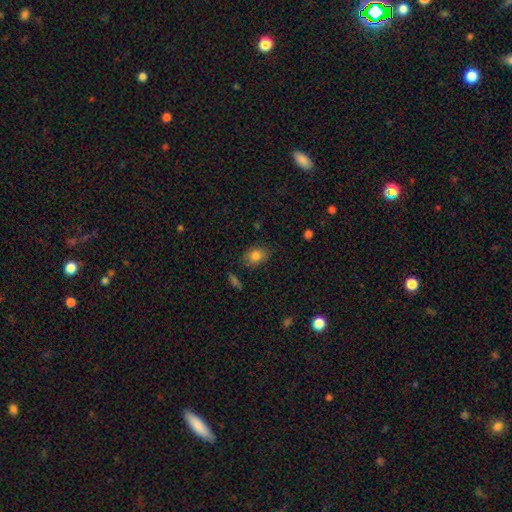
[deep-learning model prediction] Overall: smooth (82%). How rounded: in between (72%). Merging: none (78%).